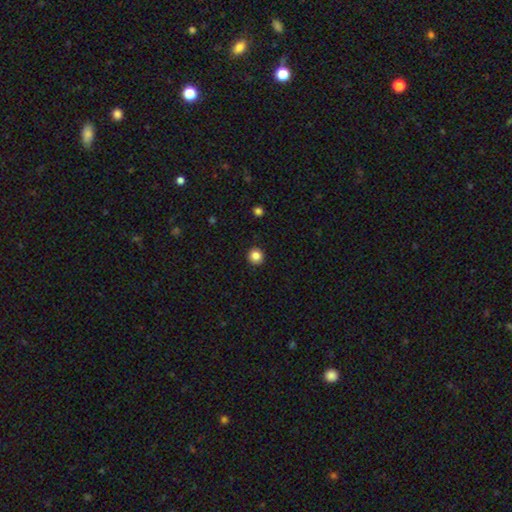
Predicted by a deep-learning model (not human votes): This appears to be a smooth galaxy with no disk features (85%) that is round (95%). Merging: none (93%).